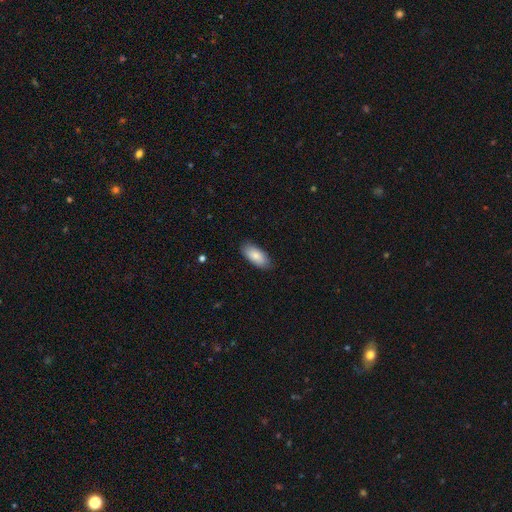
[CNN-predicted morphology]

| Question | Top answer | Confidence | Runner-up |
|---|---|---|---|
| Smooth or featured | smooth | 84% | featured or disk (10%) |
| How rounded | in between | 90% | cigar-shaped (8%) |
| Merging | none | 86% | minor disturbance (11%) |